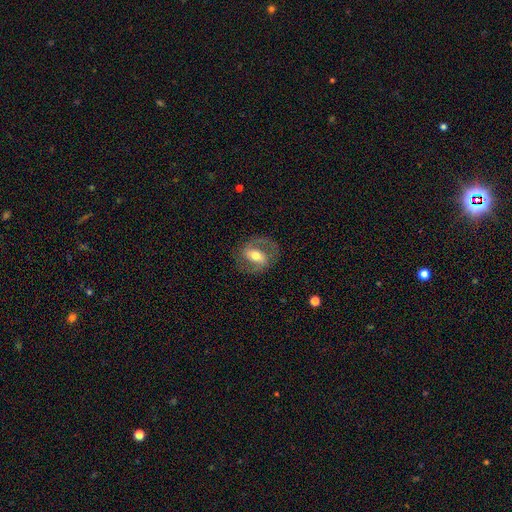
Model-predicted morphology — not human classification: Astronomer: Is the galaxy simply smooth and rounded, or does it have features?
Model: featured or disk — 75%.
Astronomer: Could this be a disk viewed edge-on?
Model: no — 95%.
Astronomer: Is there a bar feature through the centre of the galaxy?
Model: strong — 40% (runner-up: weak, 39%).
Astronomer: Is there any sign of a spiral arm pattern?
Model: yes — 86%.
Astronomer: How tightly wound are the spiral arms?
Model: medium — 52% (runner-up: tight, 27%).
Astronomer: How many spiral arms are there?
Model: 2 — 88%.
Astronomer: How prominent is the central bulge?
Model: moderate — 69%.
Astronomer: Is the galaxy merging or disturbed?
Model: none — 78%.